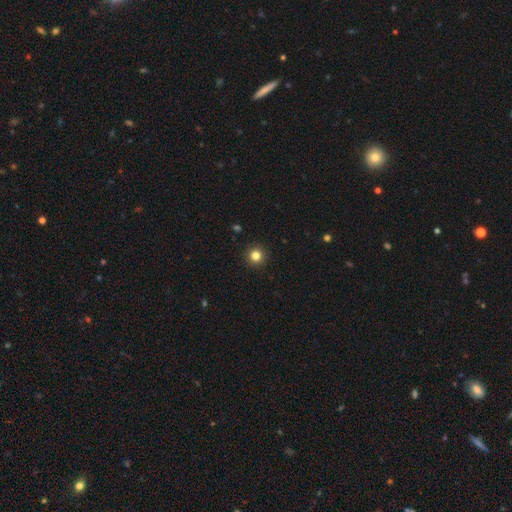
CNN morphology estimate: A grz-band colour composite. It shows a smooth galaxy with no disk features (82%) that is round (95%). Merging: none (93%).